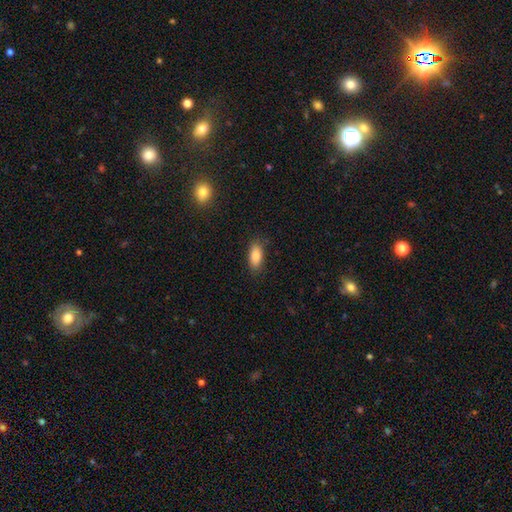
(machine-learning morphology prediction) The model was most divided on "how rounded": in between: 82%, cigar-shaped: 15%, round: 3%. More confident: merging — none (85%); smooth or featured — smooth (82%).